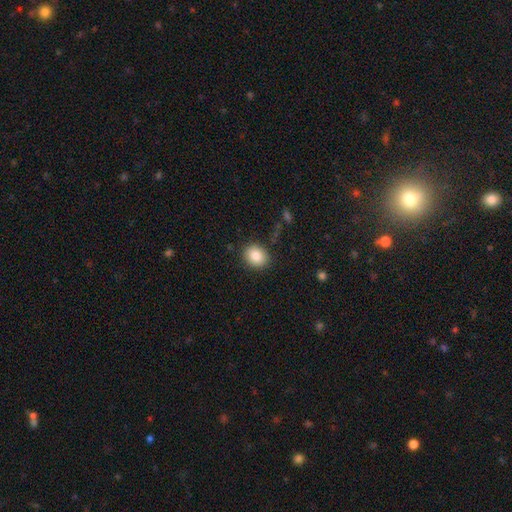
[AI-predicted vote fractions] Smooth or featured? smooth (85%)
How rounded? round (63%)
Merging? none (88%)